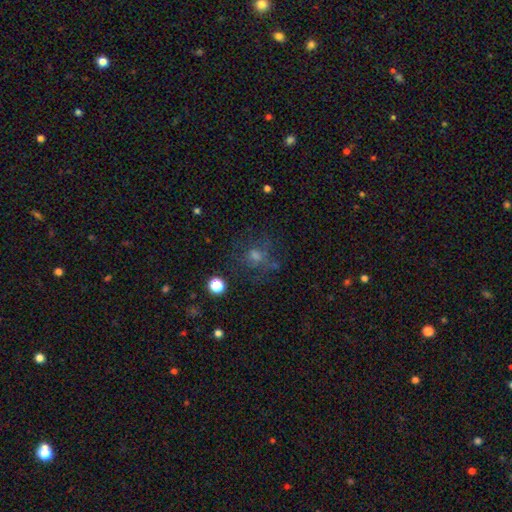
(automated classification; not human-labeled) The model was most divided on "smooth or featured": smooth: 46%, star or artifact: 30%, featured or disk: 24%. More confident: merging — none (65%).